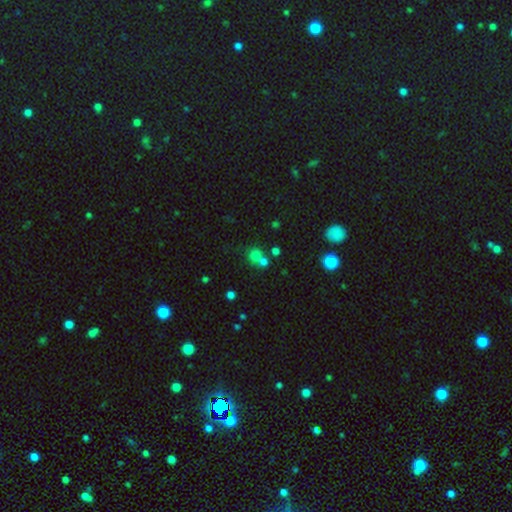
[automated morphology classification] Smooth or featured?
  - smooth: 70% *
  - star or artifact: 19%
  - featured or disk: 10%
How rounded?
  - round: 87% *
  - in between: 12%
  - cigar-shaped: 1%
Merging?
  - none: 54% *
  - merger: 35%
  - minor disturbance: 7%
  - major disturbance: 4%